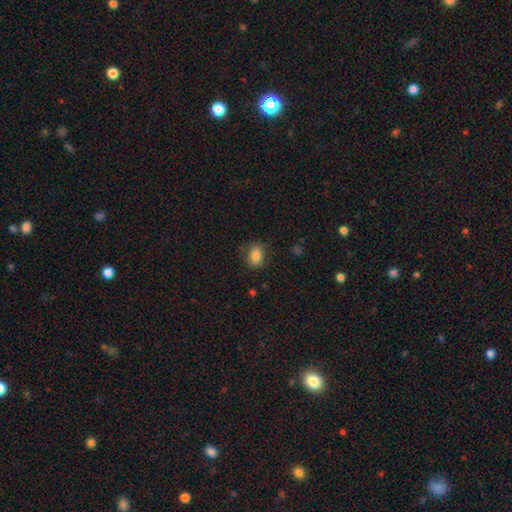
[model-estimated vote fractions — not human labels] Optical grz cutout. It shows a smooth galaxy with no disk features (83%) that is in between round and cigar-shaped (78%). Merging: none (80%).